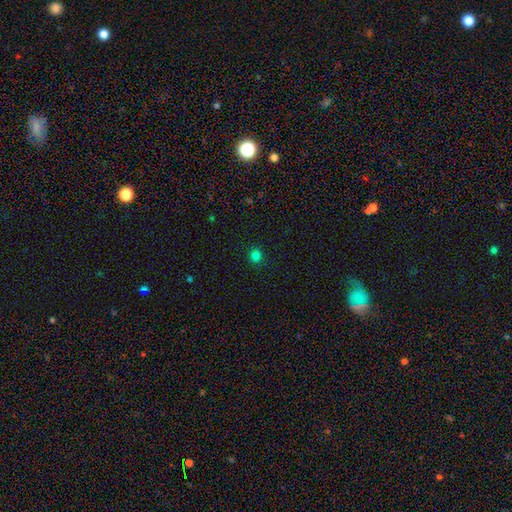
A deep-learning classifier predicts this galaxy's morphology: Smooth or featured? Predicted: smooth (p=0.81). How rounded? Predicted: round (p=0.91). Merging? Predicted: none (p=0.91).